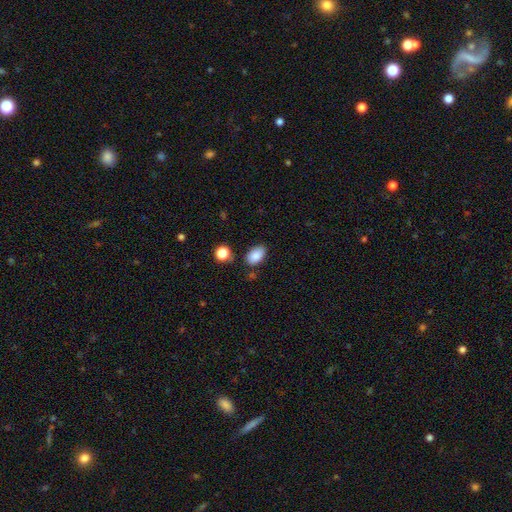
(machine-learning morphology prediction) A smooth galaxy with no disk features (86%) that is in between round and cigar-shaped (90%). Merging: none (78%).